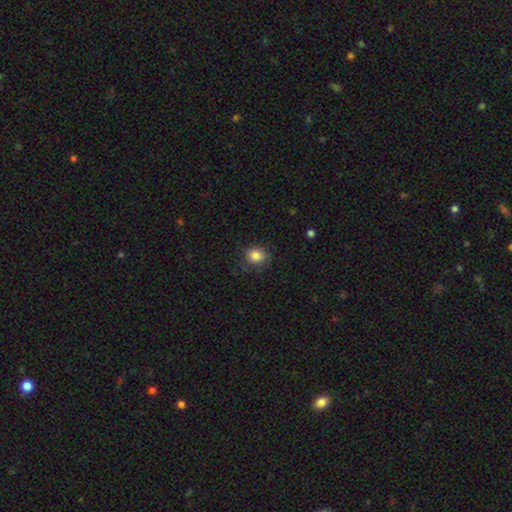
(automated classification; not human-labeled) Smooth or featured?
  - smooth: 84% *
  - star or artifact: 10%
  - featured or disk: 6%
How rounded?
  - round: 68% *
  - in between: 31%
  - cigar-shaped: 1%
Merging?
  - none: 77% *
  - minor disturbance: 16%
  - major disturbance: 5%
  - merger: 1%